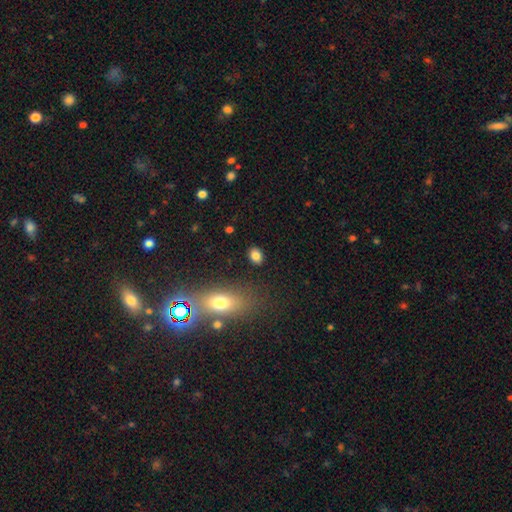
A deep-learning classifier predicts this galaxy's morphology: Smooth or featured?
  - smooth: 83% *
  - star or artifact: 10%
  - featured or disk: 6%
How rounded?
  - in between: 70% *
  - round: 28%
  - cigar-shaped: 2%
Merging?
  - none: 86% *
  - minor disturbance: 9%
  - major disturbance: 3%
  - merger: 2%